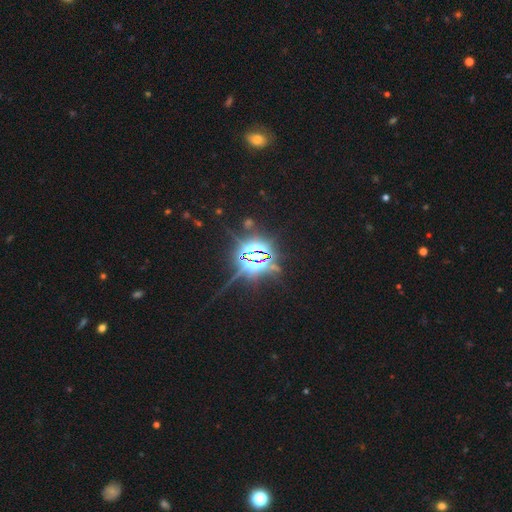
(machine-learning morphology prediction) type=star or artifact (84%).